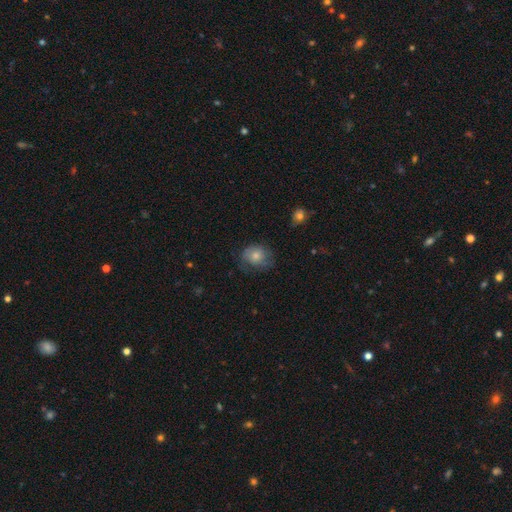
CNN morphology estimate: smooth_or_featured: smooth (p=0.66) [alt: featured or disk p=0.25]
how_rounded: round (p=0.64) [alt: in between p=0.35]
merging: none (p=0.56) [alt: minor disturbance p=0.27]